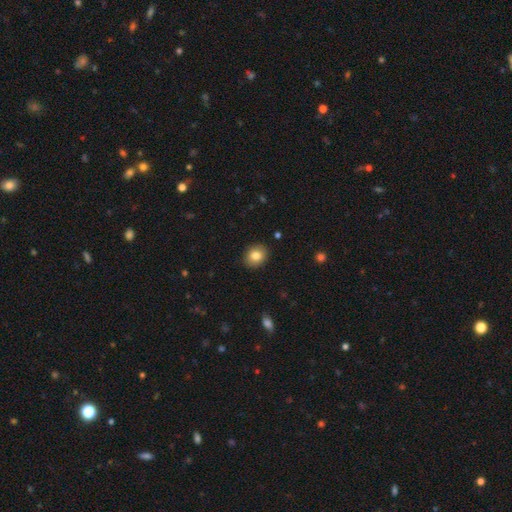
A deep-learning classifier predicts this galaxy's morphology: The model was most divided on "how rounded": round: 55%, in between: 44%, cigar-shaped: 1%. More confident: merging — none (89%); smooth or featured — smooth (83%).